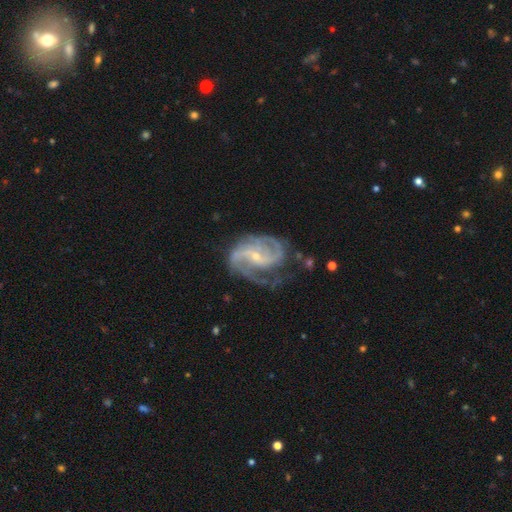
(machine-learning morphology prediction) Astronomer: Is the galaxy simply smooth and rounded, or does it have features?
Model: featured or disk — 91%.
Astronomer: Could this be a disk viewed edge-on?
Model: no — 98%.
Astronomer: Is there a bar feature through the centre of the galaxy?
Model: weak — 40% (runner-up: no, 39%).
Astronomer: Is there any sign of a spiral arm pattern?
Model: yes — 98%.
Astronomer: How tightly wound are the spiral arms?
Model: medium — 51% (runner-up: tight, 30%).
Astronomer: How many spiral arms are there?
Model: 2 — 51%.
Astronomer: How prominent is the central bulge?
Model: small — 74%.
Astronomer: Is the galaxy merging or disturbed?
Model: none — 58%.